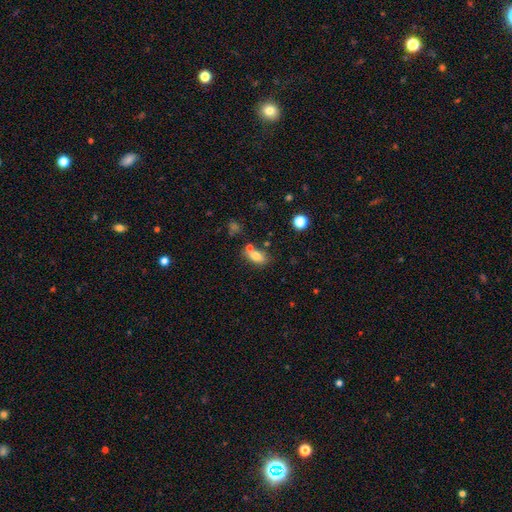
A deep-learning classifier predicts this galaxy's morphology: smooth 77%, featured or disk 12%, star or artifact 10%. Down the decision tree: how rounded — in between (83%); merging — none (56%).